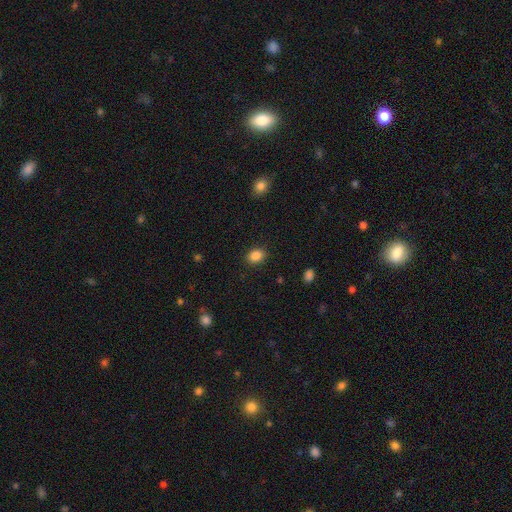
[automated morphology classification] The model was most divided on "how rounded": in between: 52%, round: 47%, cigar-shaped: 1%. More confident: merging — none (89%); smooth or featured — smooth (86%).